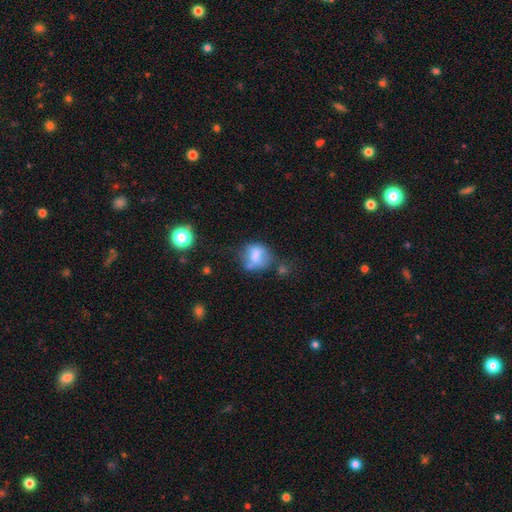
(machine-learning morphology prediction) A smooth galaxy with no disk features (66%) that is round (53%). Merging: none (36%).